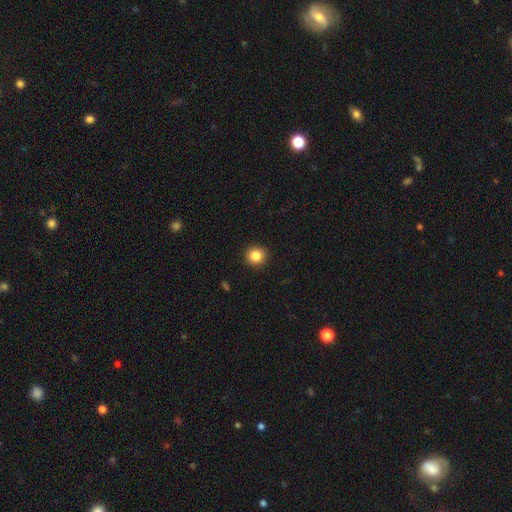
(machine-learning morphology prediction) Smooth or featured?
  - smooth: 85% *
  - star or artifact: 10%
  - featured or disk: 5%
How rounded?
  - round: 90% *
  - in between: 9%
  - cigar-shaped: 1%
Merging?
  - none: 92% *
  - minor disturbance: 6%
  - major disturbance: 2%
  - merger: 1%